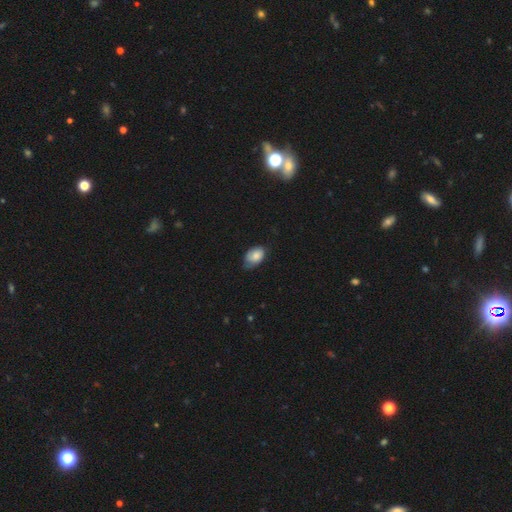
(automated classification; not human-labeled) Q: Smooth or featured?
A: smooth (74%); runner-up: featured or disk (18%)
Q: How rounded?
A: in between (84%); runner-up: round (15%)
Q: Merging?
A: none (48%); runner-up: minor disturbance (40%)